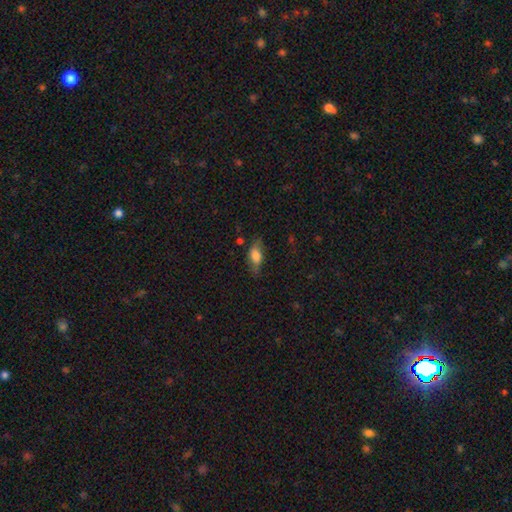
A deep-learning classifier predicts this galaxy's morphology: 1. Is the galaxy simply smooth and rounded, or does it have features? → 71% smooth, 21% featured or disk, 8% star or artifact.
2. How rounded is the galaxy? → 78% in between, 17% cigar-shaped, 5% round.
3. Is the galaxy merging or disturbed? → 69% none, 22% minor disturbance, 7% major disturbance, 2% merger.